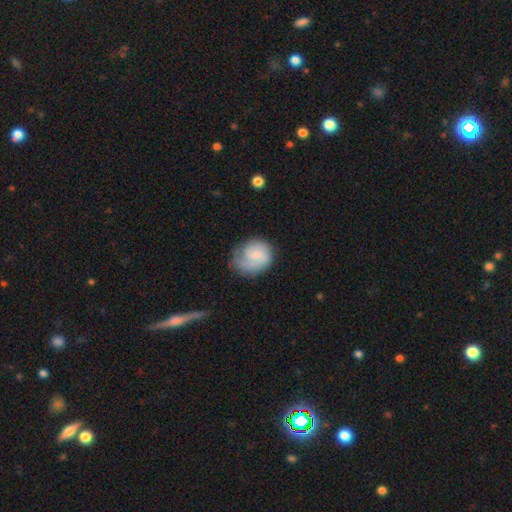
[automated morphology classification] Smooth or featured? Predicted: smooth (p=0.51). How rounded? Predicted: round (p=0.69). Merging? Predicted: none (p=0.51).